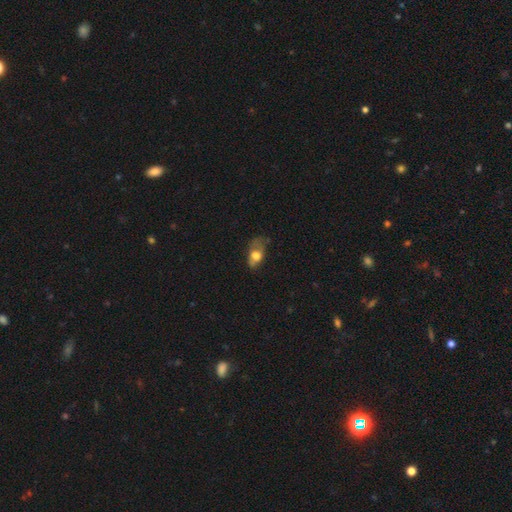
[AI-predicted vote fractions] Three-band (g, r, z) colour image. It shows a smooth galaxy with no disk features (63%) that is in between round and cigar-shaped (83%). Merging: none (32%, tied with major disturbance).